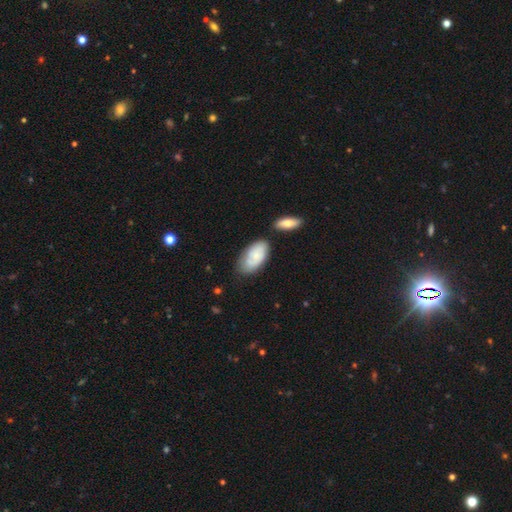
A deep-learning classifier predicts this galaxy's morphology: Smooth or featured: smooth — 62% (featured or disk — 32%)
How rounded: in between — 93% (cigar-shaped — 4%)
Merging: none — 62% (minor disturbance — 21%)